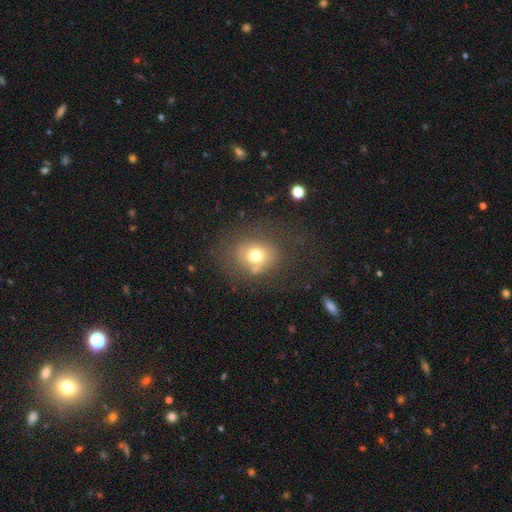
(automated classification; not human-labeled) Q: Smooth or featured?
A: smooth (70%); runner-up: featured or disk (17%)
Q: How rounded?
A: round (62%); runner-up: in between (38%)
Q: Merging?
A: none (66%); runner-up: minor disturbance (17%)